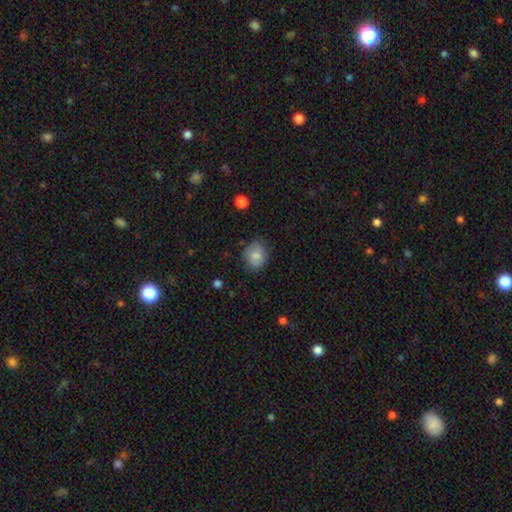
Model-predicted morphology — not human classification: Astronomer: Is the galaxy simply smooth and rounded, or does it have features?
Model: smooth — 80%.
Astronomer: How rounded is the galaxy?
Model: round — 55% (runner-up: in between, 44%).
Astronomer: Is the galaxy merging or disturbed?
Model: none — 72%.